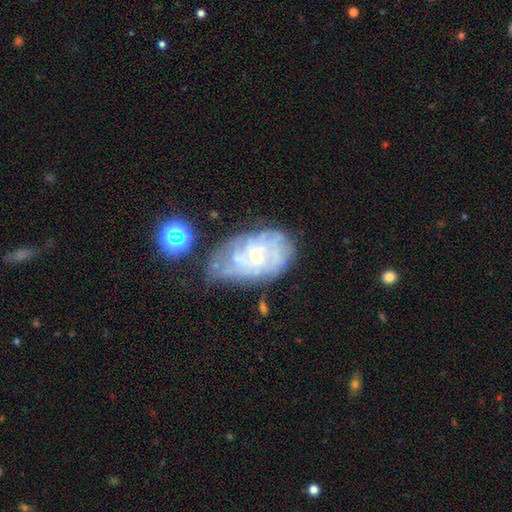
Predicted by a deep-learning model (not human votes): featured or disk 73%, smooth 18%, star or artifact 9%. Down the decision tree: edge-on disk — no (96%); bar — no (62%); spiral arms — yes (78%); spiral arm count — can't tell (60%); spiral winding — tight (61%); bulge size — small (66%); merging — none (45%).